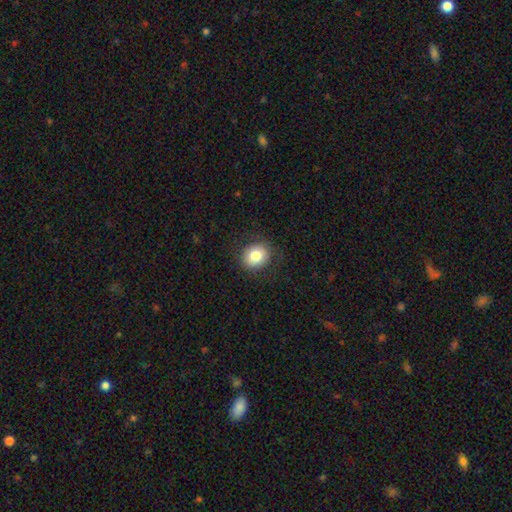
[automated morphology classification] Smooth or featured? Predicted: smooth (p=0.81). How rounded? Predicted: round (p=0.74). Merging? Predicted: none (p=0.86).